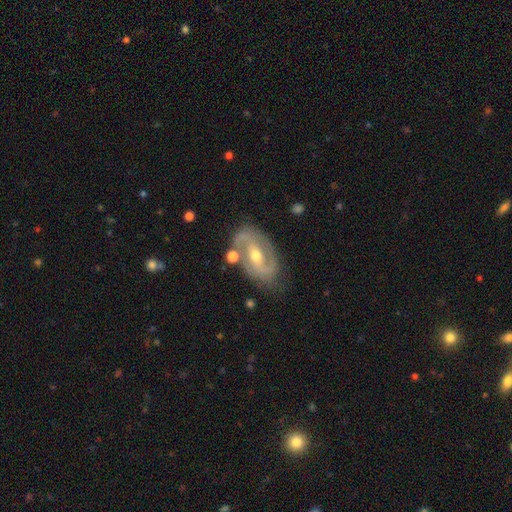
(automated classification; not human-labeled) smooth_or_featured: featured or disk (p=0.84) [alt: smooth p=0.10]
disk_edge_on: no (p=0.95) [alt: yes p=0.05]
bar: weak (p=0.40) [alt: strong p=0.35]
has_spiral_arms: yes (p=0.91) [alt: no p=0.09]
spiral_winding: medium (p=0.48) [alt: tight p=0.32]
spiral_arm_count: 2 (p=0.85) [alt: can't tell p=0.07]
bulge_size: moderate (p=0.58) [alt: small p=0.39]
merging: none (p=0.72) [alt: minor disturbance p=0.17]